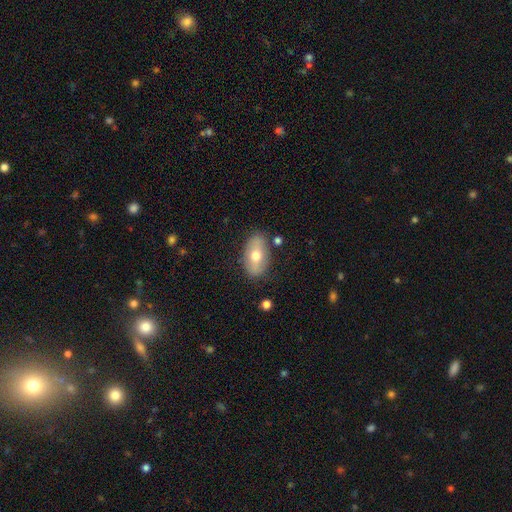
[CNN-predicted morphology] smooth_or_featured: smooth (p=0.60) [alt: featured or disk p=0.33]
how_rounded: in between (p=0.90) [alt: round p=0.07]
merging: none (p=0.81) [alt: minor disturbance p=0.13]